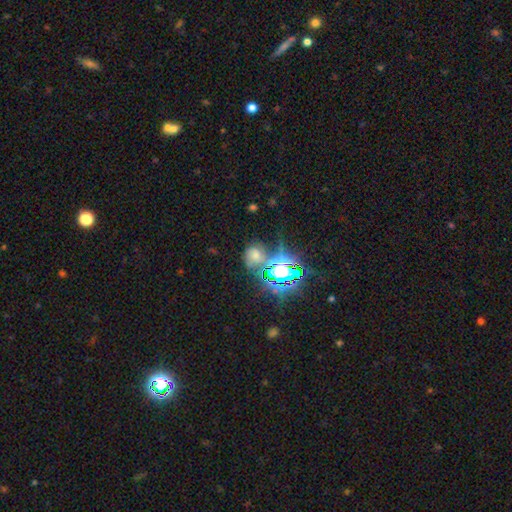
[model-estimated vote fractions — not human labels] The model was most divided on "smooth or featured": star or artifact: 44%, smooth: 39%, featured or disk: 16%.